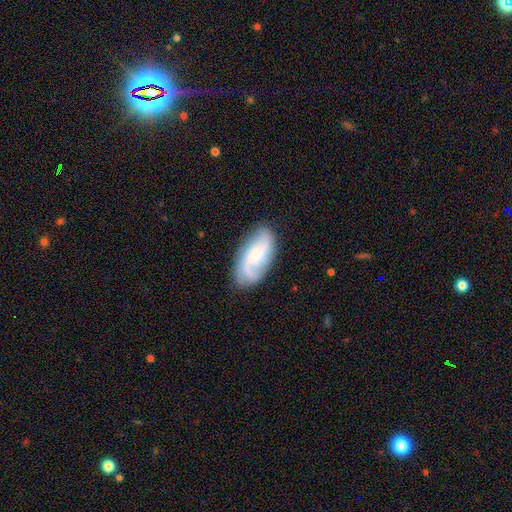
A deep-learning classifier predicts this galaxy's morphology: The model was most divided on "spiral winding": loose: 42%, medium: 38%, tight: 19%. More confident: edge-on disk — no (95%); spiral arms — yes (93%); merging — none (76%); spiral arm count — 2 (67%); smooth or featured — featured or disk (63%); bulge size — small (54%); bar — no (51%).